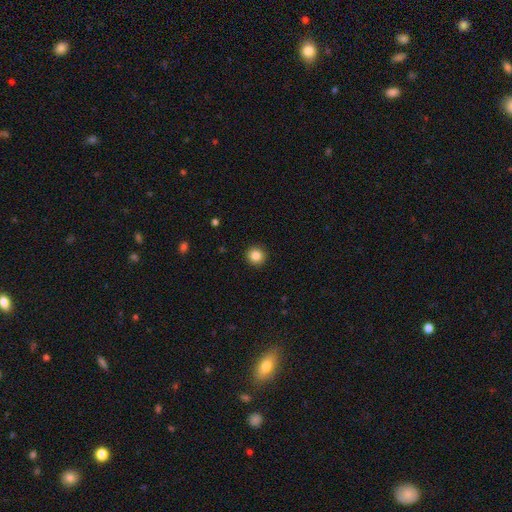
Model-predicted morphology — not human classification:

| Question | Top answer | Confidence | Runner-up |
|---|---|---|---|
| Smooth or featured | smooth | 85% | star or artifact (10%) |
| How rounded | round | 94% | in between (5%) |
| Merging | none | 93% | minor disturbance (5%) |